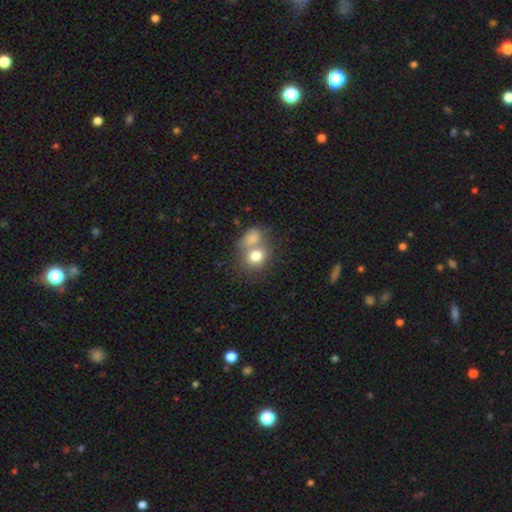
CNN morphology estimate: Smooth or featured? Predicted: smooth (p=0.77). How rounded? Predicted: round (p=0.63). Merging? Predicted: merger (p=0.52).